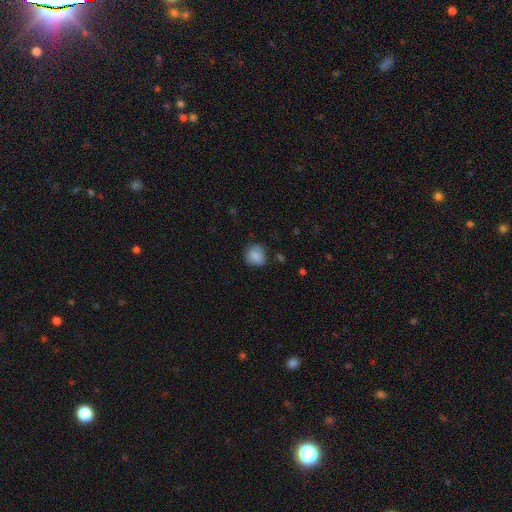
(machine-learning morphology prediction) This is clearly a smooth galaxy (83%). How rounded: likely round (77%). Merging: likely none (76%).